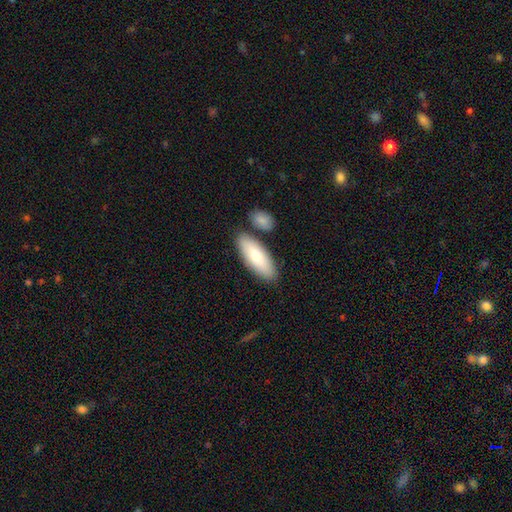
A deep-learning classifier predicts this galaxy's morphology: Smooth or featured?
  - smooth: 78% *
  - featured or disk: 16%
  - star or artifact: 5%
How rounded?
  - in between: 69% *
  - cigar-shaped: 29%
  - round: 2%
Merging?
  - none: 78% *
  - minor disturbance: 11%
  - merger: 9%
  - major disturbance: 2%